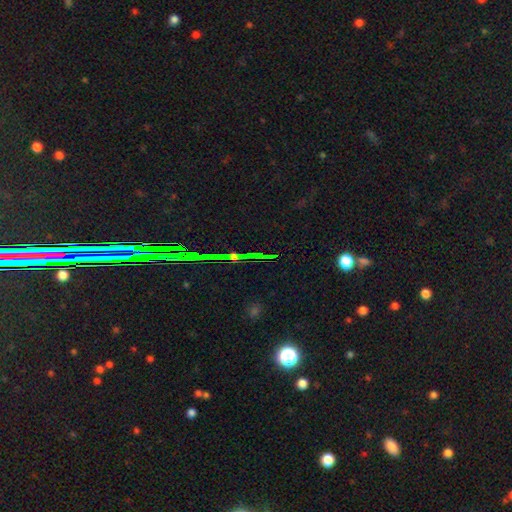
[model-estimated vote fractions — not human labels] Morphology: type=star or artifact (65%).